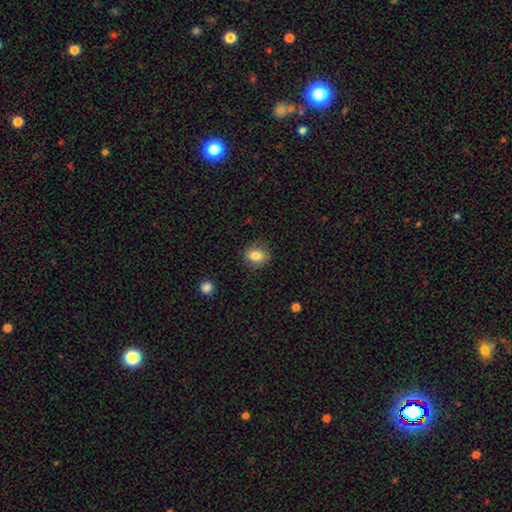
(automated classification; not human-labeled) smooth_or_featured: smooth (p=0.82) [alt: star or artifact p=0.09]
how_rounded: round (p=0.54) [alt: in between p=0.45]
merging: none (p=0.82) [alt: minor disturbance p=0.14]